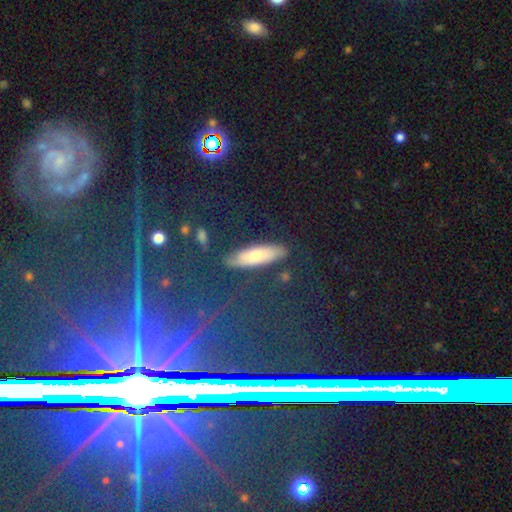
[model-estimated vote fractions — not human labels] smooth-or-featured: smooth: 62% | featured or disk: 24% | star or artifact: 14%
  how-rounded: cigar-shaped: 57% | in between: 39% | round: 4%
  merging: none: 80% | minor disturbance: 13% | major disturbance: 4% | merger: 3%